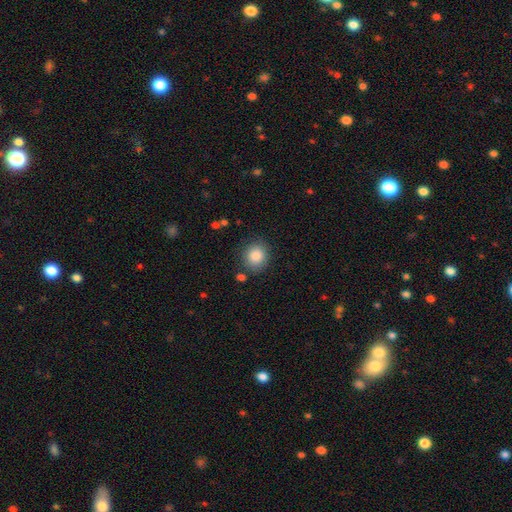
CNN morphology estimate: The model was most divided on "how rounded": round: 78%, in between: 21%, cigar-shaped: 1%. More confident: smooth or featured — smooth (86%); merging — none (83%).